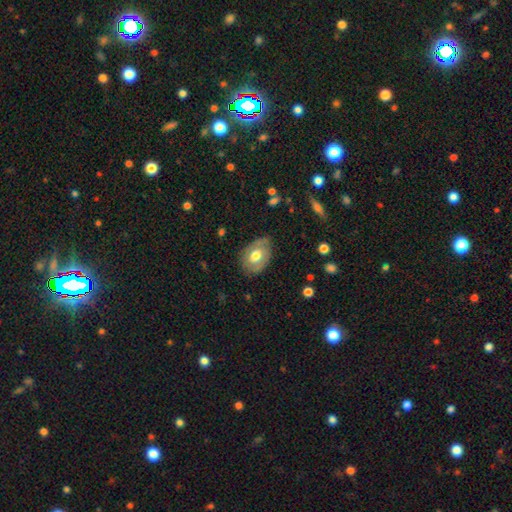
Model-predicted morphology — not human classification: smooth_or_featured: smooth (p=0.54) [alt: featured or disk p=0.39]
how_rounded: in between (p=0.78) [alt: round p=0.21]
merging: none (p=0.70) [alt: minor disturbance p=0.23]